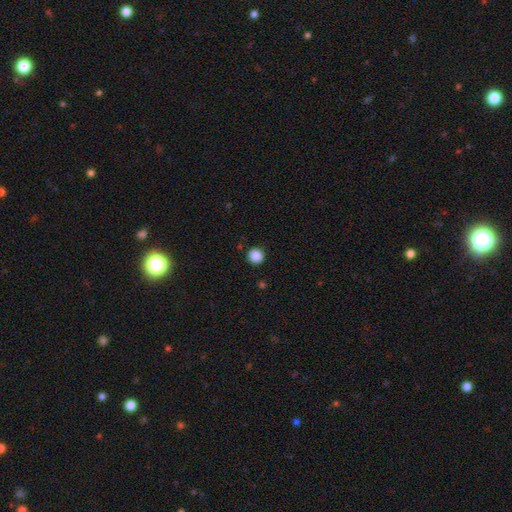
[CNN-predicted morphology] Smooth or featured? Predicted: smooth (p=0.88). How rounded? Predicted: round (p=0.94). Merging? Predicted: none (p=0.90).